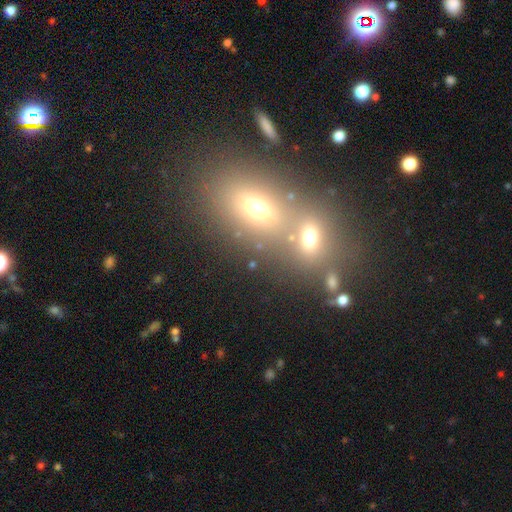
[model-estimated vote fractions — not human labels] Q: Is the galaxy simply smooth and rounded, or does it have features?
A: smooth — 57%.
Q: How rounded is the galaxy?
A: in between — 68%.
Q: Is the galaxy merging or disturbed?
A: merger — 57%.